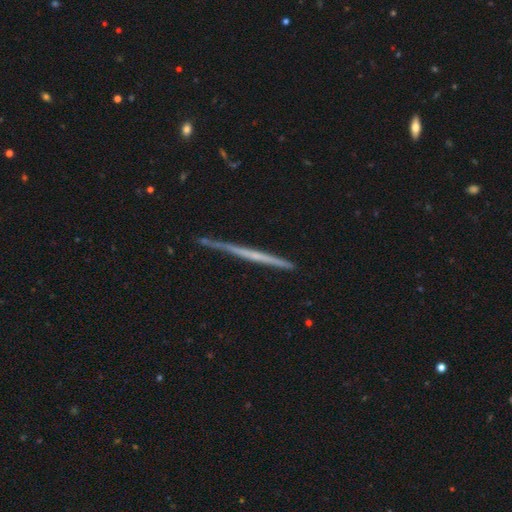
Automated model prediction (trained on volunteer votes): Smooth or featured? featured or disk (65%)
Edge-on disk? yes (98%)
Edge-on bulge? none (83%)
Merging? none (84%)